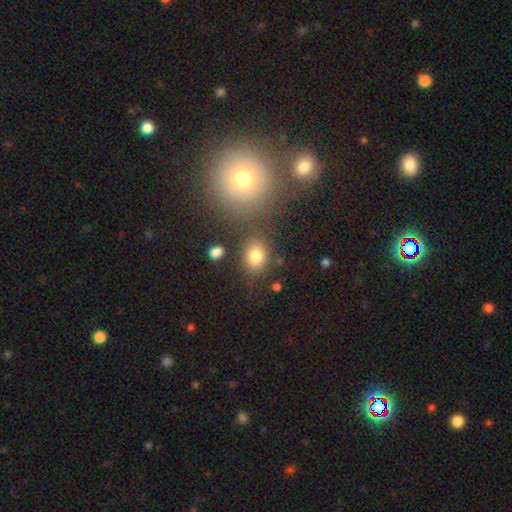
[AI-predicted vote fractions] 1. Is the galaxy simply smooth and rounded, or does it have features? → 80% smooth, 12% star or artifact, 8% featured or disk.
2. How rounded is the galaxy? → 55% in between, 44% round, 1% cigar-shaped.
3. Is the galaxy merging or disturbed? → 75% none, 12% minor disturbance, 8% merger, 5% major disturbance.